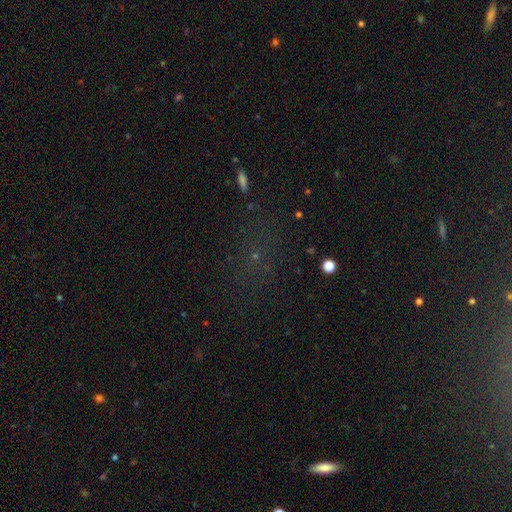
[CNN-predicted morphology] This appears to be a star or artifact, not a galaxy (54%).